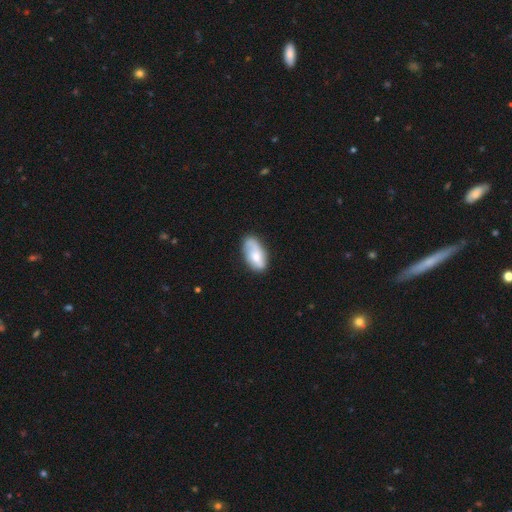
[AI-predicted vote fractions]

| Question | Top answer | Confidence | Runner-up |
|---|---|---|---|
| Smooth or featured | smooth | 59% | featured or disk (34%) |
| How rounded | in between | 92% | cigar-shaped (5%) |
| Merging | none | 63% | minor disturbance (26%) |